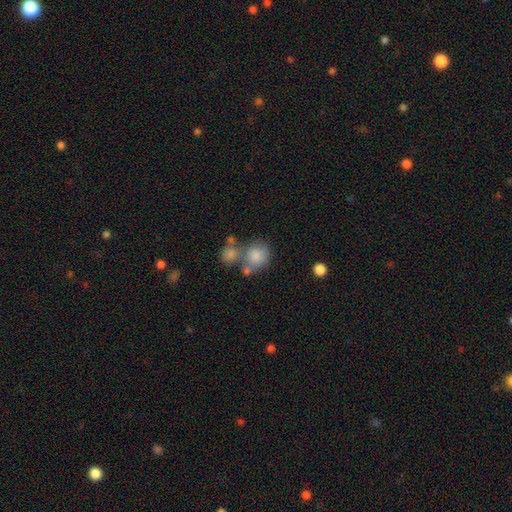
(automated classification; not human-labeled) Smooth or featured?
  - smooth: 80% *
  - featured or disk: 11%
  - star or artifact: 9%
How rounded?
  - round: 72% *
  - in between: 27%
  - cigar-shaped: 1%
Merging?
  - none: 39% * (tied)
  - merger: 39% * (tied)
  - minor disturbance: 14%
  - major disturbance: 8%